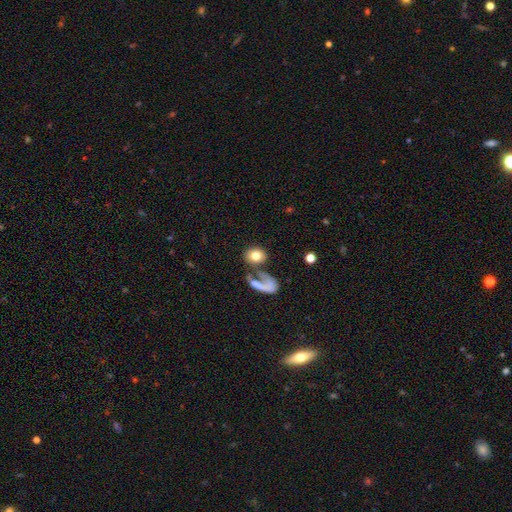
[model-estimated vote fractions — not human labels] A smooth galaxy with no disk features (75%) that is round (49%).

Vote fractions:
- Smooth or featured? smooth: 75% / featured or disk: 16% / star or artifact: 9%
- How rounded? round: 49% / in between: 48% / cigar-shaped: 2%
- Merging? none: 45% / merger: 26% / major disturbance: 17% / minor disturbance: 11%